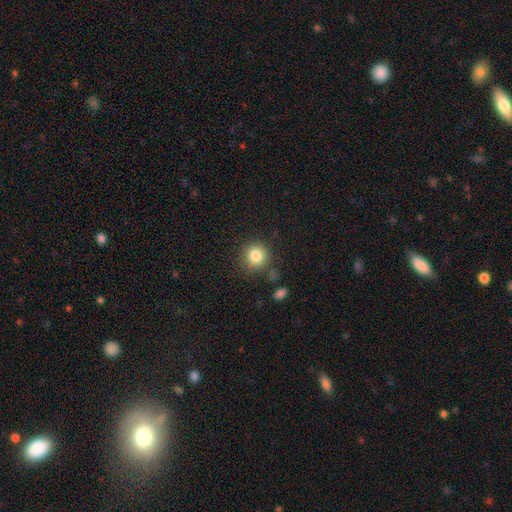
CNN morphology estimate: smooth-or-featured: smooth: 84% | star or artifact: 10% | featured or disk: 6%
  how-rounded: round: 90% | in between: 9% | cigar-shaped: 1%
  merging: none: 82% | minor disturbance: 11% | merger: 4% | major disturbance: 4%